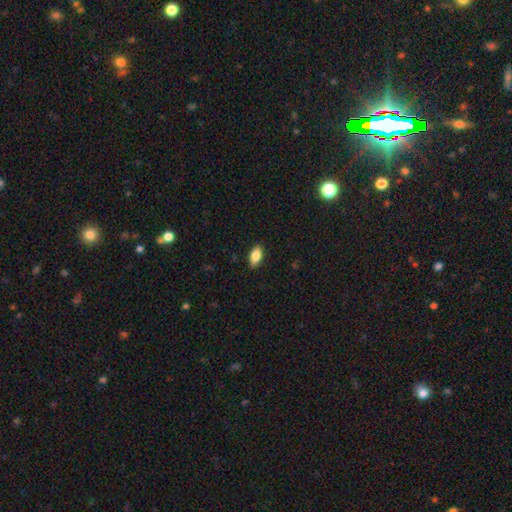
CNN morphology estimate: Q: Smooth or featured?
A: smooth (84%); runner-up: featured or disk (9%)
Q: How rounded?
A: in between (90%); runner-up: cigar-shaped (6%)
Q: Merging?
A: none (88%); runner-up: minor disturbance (9%)